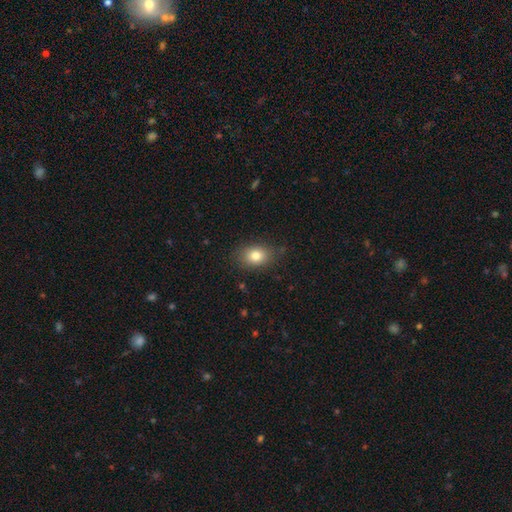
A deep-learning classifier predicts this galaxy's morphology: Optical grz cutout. It shows a smooth galaxy with no disk features (80%) that is in between round and cigar-shaped (65%). Merging: none (79%).